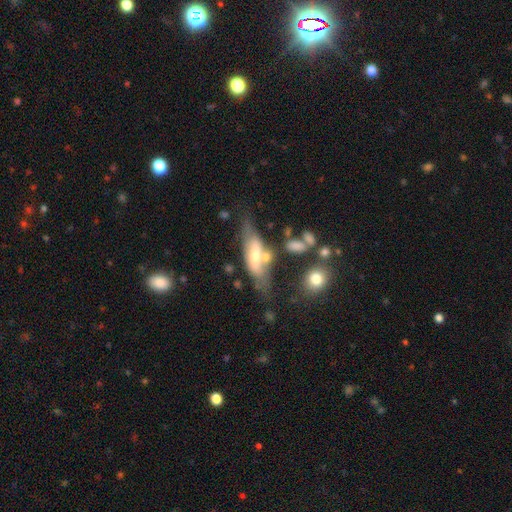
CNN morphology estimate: A featured or disk galaxy (50%). Merging: none (39%).